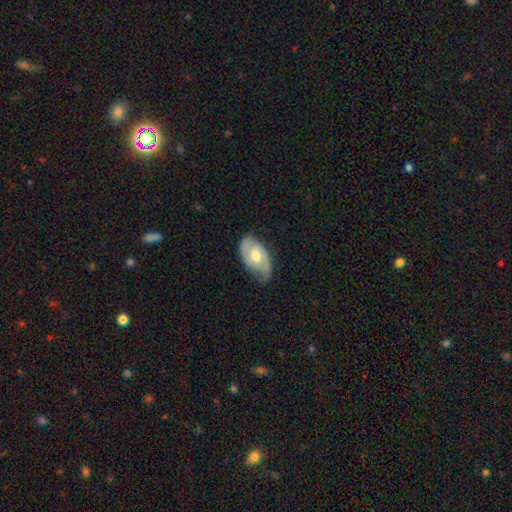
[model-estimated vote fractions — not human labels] The model was most divided on "spiral winding": medium: 44%, tight: 36%, loose: 20%. More confident: edge-on disk — no (95%); spiral arms — yes (86%); spiral arm count — 2 (81%); bulge size — moderate (74%); smooth or featured — featured or disk (70%); merging — none (65%); bar — no (51%).